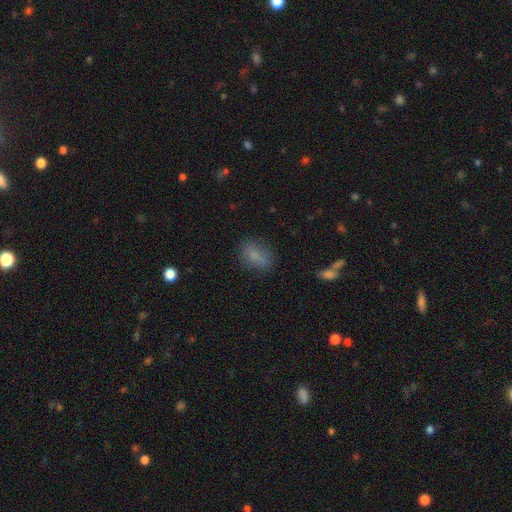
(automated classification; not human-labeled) A smooth galaxy with no disk features (80%) that is in between round and cigar-shaped (81%).

Vote fractions:
- Smooth or featured? smooth: 80% / star or artifact: 11% / featured or disk: 10%
- How rounded? in between: 81% / round: 14% / cigar-shaped: 5%
- Merging? none: 73% / minor disturbance: 18% / major disturbance: 7% / merger: 2%